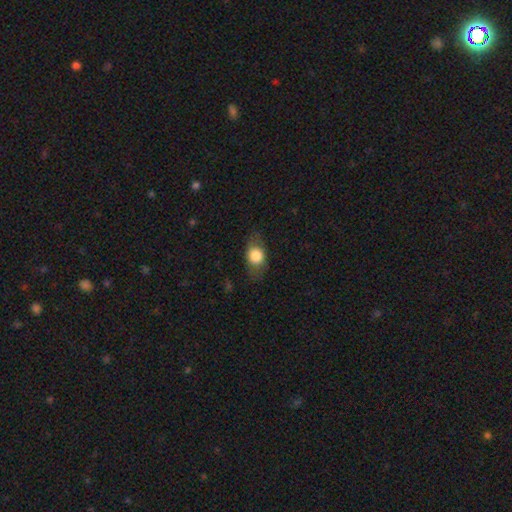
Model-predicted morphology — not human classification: A smooth galaxy with no disk features (75%) that is in between round and cigar-shaped (70%).

Vote fractions:
- Smooth or featured? smooth: 75% / featured or disk: 18% / star or artifact: 7%
- How rounded? in between: 70% / round: 26% / cigar-shaped: 4%
- Merging? none: 75% / minor disturbance: 17% / major disturbance: 7% / merger: 1%